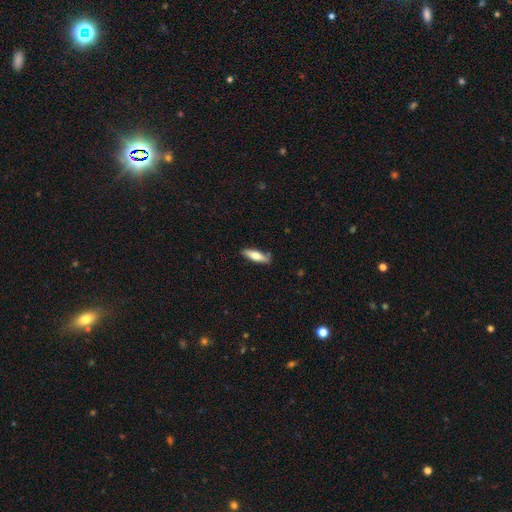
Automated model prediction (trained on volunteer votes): smooth 67%, featured or disk 27%, star or artifact 5%. Down the decision tree: how rounded — cigar-shaped (59%); merging — none (83%).